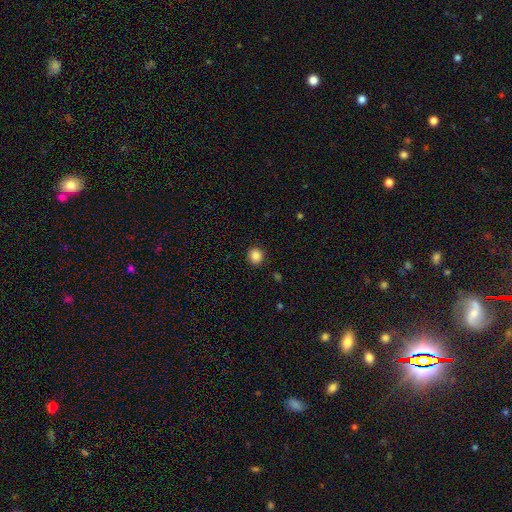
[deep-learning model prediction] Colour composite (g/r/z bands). It shows a smooth galaxy with no disk features (86%) that is round (89%). Merging: none (91%).